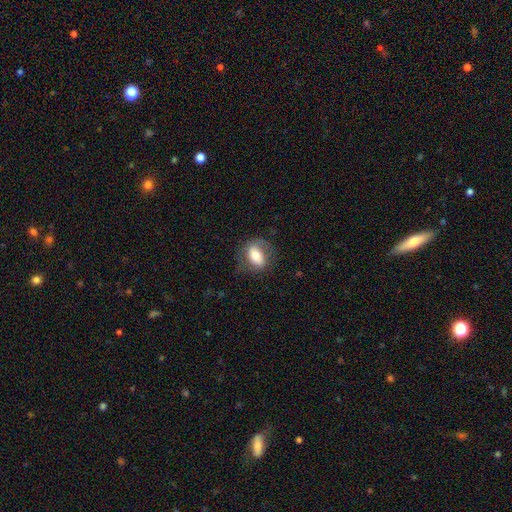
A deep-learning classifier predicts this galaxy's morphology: Overall: smooth (57%; featured or disk 36%). How rounded: in between (79%). Merging: none (69%).